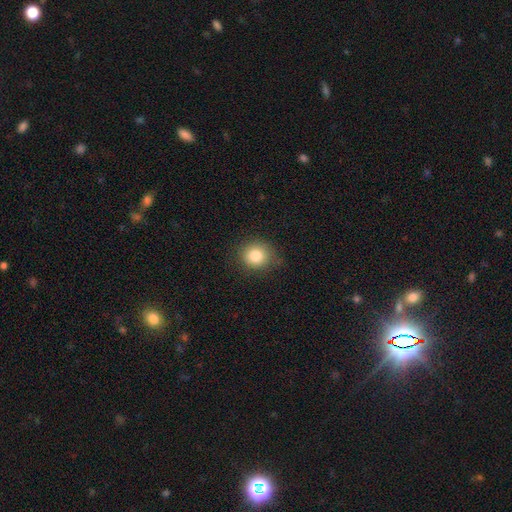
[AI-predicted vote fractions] Q: Smooth or featured?
A: smooth (83%); runner-up: star or artifact (10%)
Q: How rounded?
A: round (85%); runner-up: in between (14%)
Q: Merging?
A: none (81%); runner-up: minor disturbance (14%)